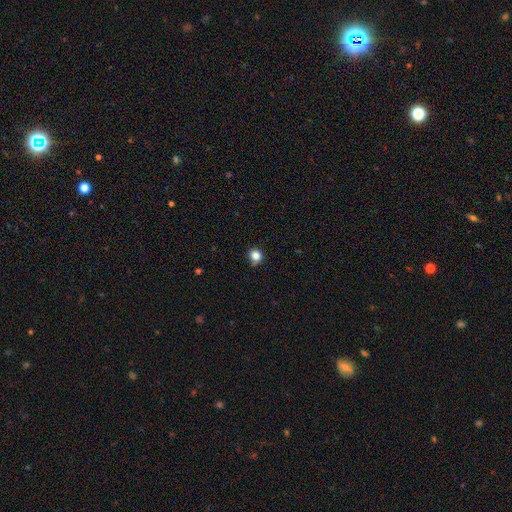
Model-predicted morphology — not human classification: Smooth or featured? Predicted: smooth (p=0.83). How rounded? Predicted: round (p=0.84). Merging? Predicted: none (p=0.77).